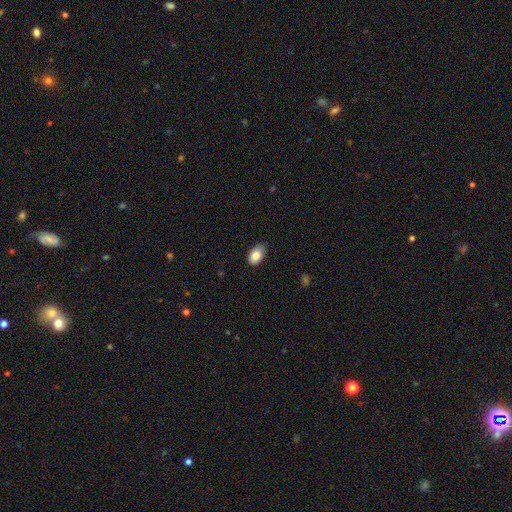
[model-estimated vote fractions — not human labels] Morphology: type=smooth (84%); roundness=in between (90%); merging=none (81%).